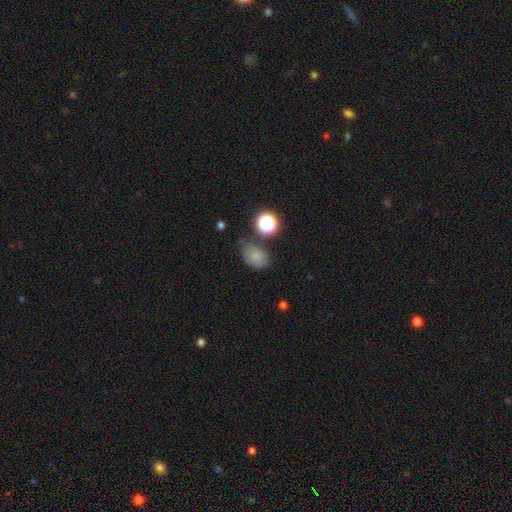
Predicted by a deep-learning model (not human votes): Smooth or featured?
  - smooth: 75% *
  - star or artifact: 15%
  - featured or disk: 9%
How rounded?
  - in between: 70% *
  - round: 29%
  - cigar-shaped: 1%
Merging?
  - none: 57% *
  - minor disturbance: 28%
  - major disturbance: 9%
  - merger: 7%